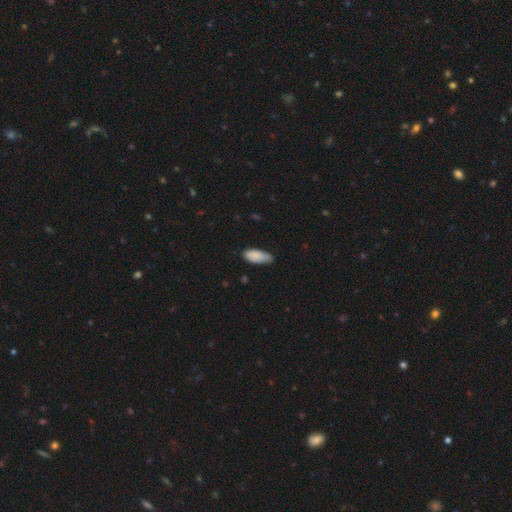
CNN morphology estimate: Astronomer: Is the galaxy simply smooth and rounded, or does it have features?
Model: smooth — 87%.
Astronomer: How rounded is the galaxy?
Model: in between — 87%.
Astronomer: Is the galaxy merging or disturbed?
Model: none — 65%.